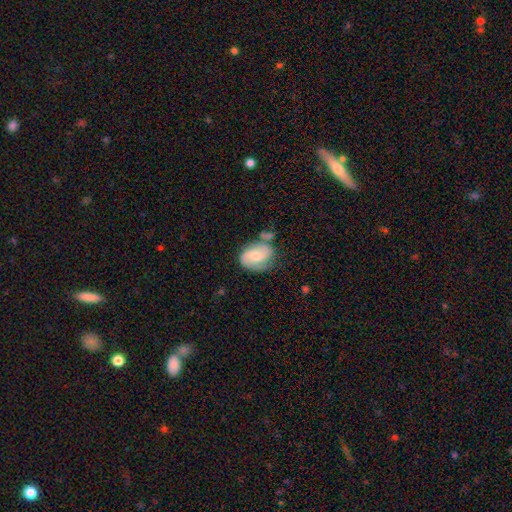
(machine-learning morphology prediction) smooth-or-featured: featured or disk: 65% | smooth: 28% | star or artifact: 7%
  disk-edge-on: no: 97% | yes: 3%
    bar: no: 61% | weak: 33% | strong: 6%
    has-spiral-arms: yes: 91% | no: 9%
      spiral-winding: medium: 45% | tight: 33% | loose: 22%
      spiral-arm-count: 2: 77% | can't tell: 10% | 1: 9% | 3: 2% | 4: 1% | more than 4: 1%
    bulge-size: moderate: 59% | small: 29% | large: 8% | none: 3% | dominant: 1%
  merging: none: 57% | minor disturbance: 24% | major disturbance: 9% | merger: 9%